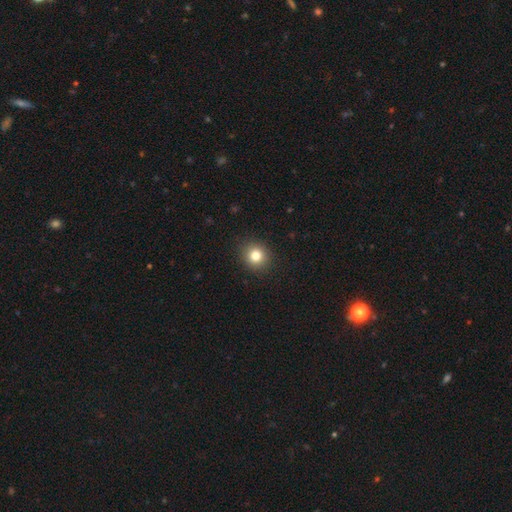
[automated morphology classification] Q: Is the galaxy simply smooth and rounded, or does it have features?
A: smooth — 81%.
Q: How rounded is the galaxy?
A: round — 86%.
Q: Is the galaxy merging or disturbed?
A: none — 91%.